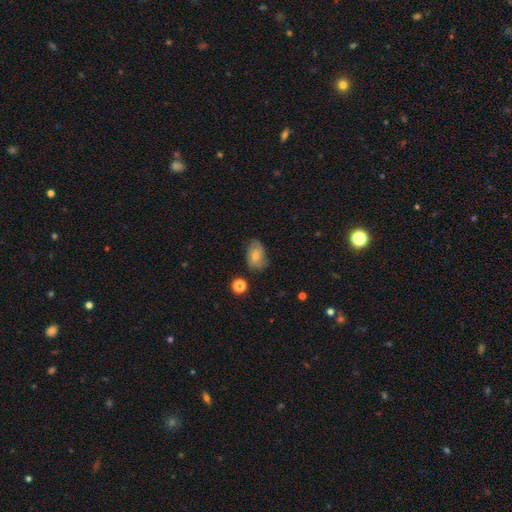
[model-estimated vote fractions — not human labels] smooth_or_featured: smooth (p=0.61) [alt: featured or disk p=0.30]
how_rounded: in between (p=0.82) [alt: round p=0.17]
merging: none (p=0.68) [alt: minor disturbance p=0.24]